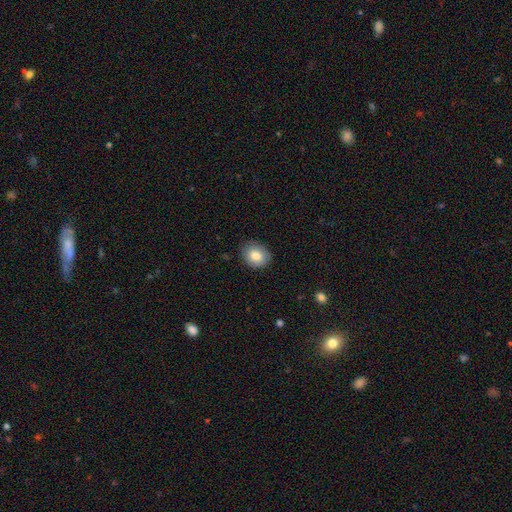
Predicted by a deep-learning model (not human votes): smooth-or-featured: smooth: 82% | featured or disk: 9% | star or artifact: 8%
  how-rounded: round: 53% | in between: 46% | cigar-shaped: 1%
  merging: none: 86% | minor disturbance: 11% | major disturbance: 2% | merger: 1%